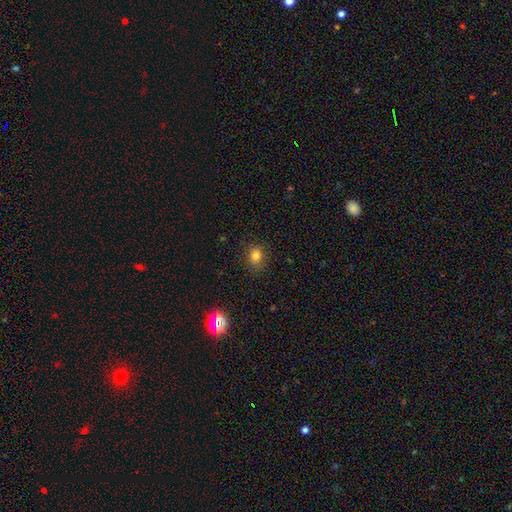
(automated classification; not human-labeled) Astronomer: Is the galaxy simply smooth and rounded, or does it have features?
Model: smooth — 80%.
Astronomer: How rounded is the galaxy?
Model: round — 64%.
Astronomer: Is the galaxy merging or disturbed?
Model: none — 84%.